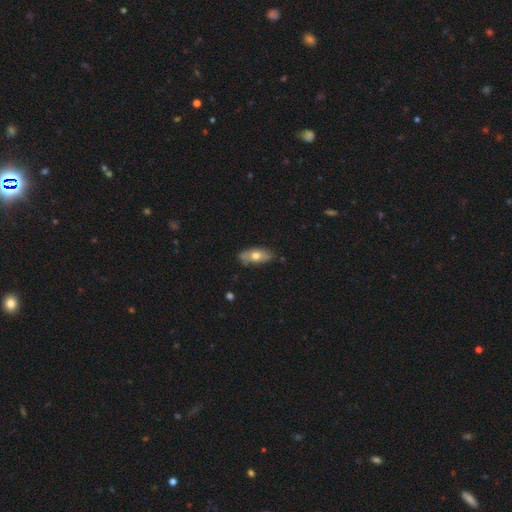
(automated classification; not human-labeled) Smooth or featured: smooth — 61% (featured or disk — 33%)
How rounded: in between — 81% (cigar-shaped — 15%)
Merging: none — 75% (minor disturbance — 20%)